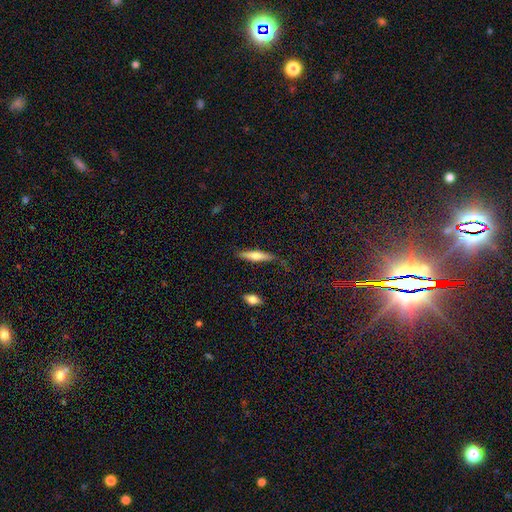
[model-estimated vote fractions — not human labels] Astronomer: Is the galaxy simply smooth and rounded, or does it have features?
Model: smooth — 58% (runner-up: featured or disk, 36%).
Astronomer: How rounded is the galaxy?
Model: cigar-shaped — 80%.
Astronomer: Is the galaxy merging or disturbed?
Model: none — 77%.